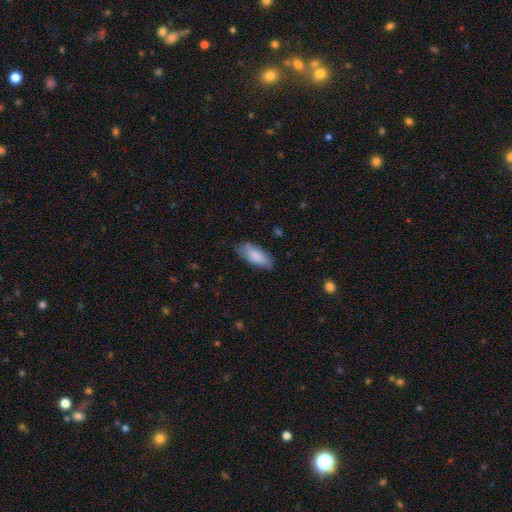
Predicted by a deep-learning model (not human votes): Smooth or featured?
  - smooth: 83% *
  - featured or disk: 11%
  - star or artifact: 6%
How rounded?
  - in between: 82% *
  - cigar-shaped: 16%
  - round: 2%
Merging?
  - none: 73% *
  - minor disturbance: 21%
  - major disturbance: 4%
  - merger: 2%